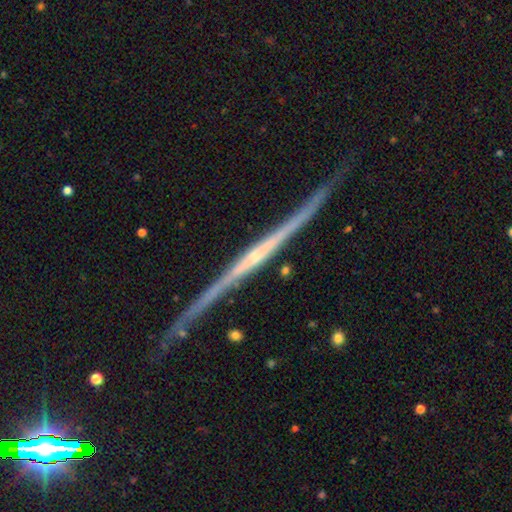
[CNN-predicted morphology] This is clearly a featured or disk galaxy (84%). It is clearly viewed edge-on (98%). Edge-on bulge: possibly none (59%). Merging: clearly none (83%).